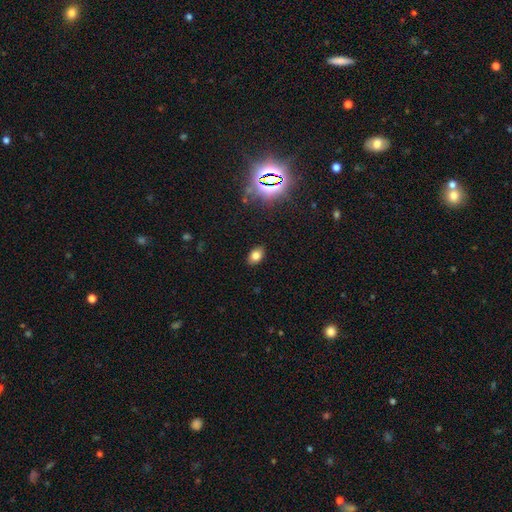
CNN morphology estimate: This is likely a smooth galaxy (78%). How rounded: clearly in between (83%). Merging: clearly none (88%).